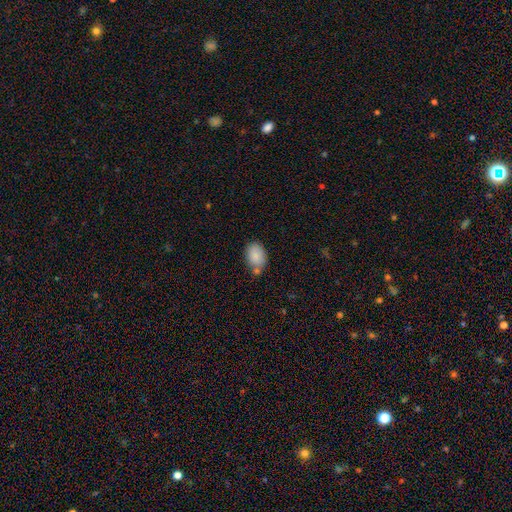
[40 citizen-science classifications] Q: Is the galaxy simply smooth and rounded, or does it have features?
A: smooth — 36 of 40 (90%).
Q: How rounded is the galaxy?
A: in between — 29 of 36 (81%).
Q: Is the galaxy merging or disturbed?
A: none — 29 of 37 (78%).